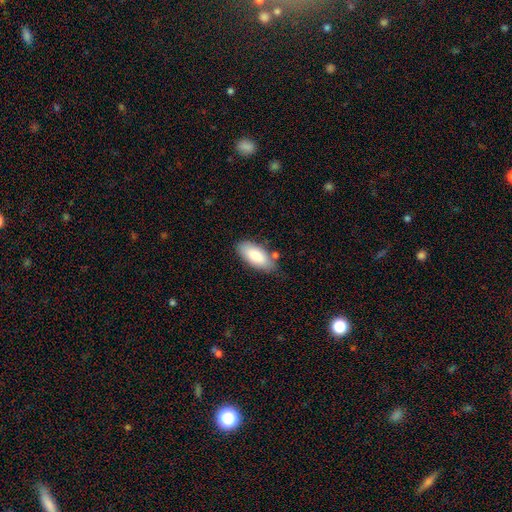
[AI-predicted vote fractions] Smooth or featured: smooth — 83% (featured or disk — 11%)
How rounded: in between — 89% (cigar-shaped — 9%)
Merging: none — 75% (minor disturbance — 16%)